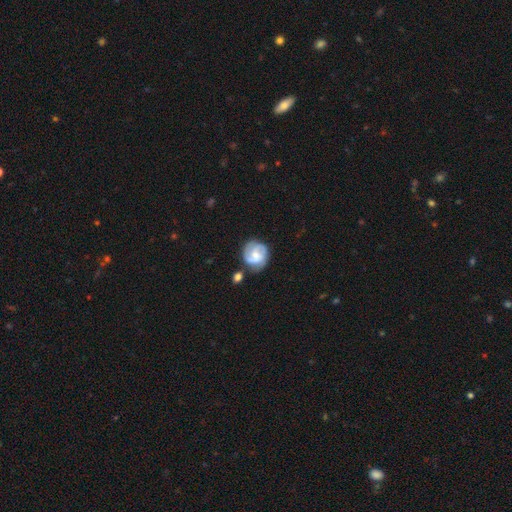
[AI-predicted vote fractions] Overall: featured or disk (65%; smooth 29%). Edge-on disk: no (98%). Bar: no (53%; weak 39%). Spiral arms: yes (89%). Spiral arm count: 2 (45%; 3 26%). Spiral winding: tight (43%; medium 42%). Bulge size: moderate (45%; small 39%). Merging: none (61%; minor disturbance 21%).